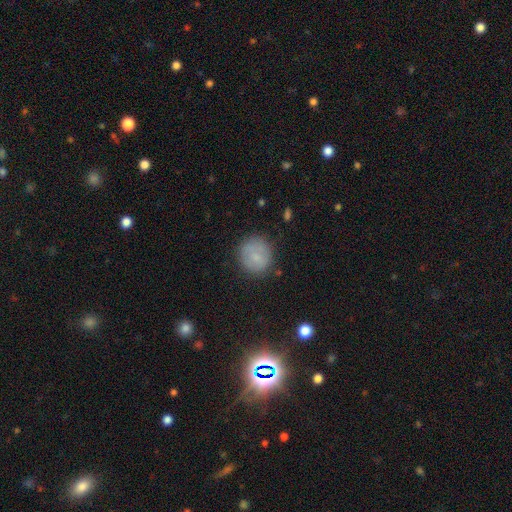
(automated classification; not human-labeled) Smooth or featured? smooth (74%)
How rounded? round (88%)
Merging? none (81%)